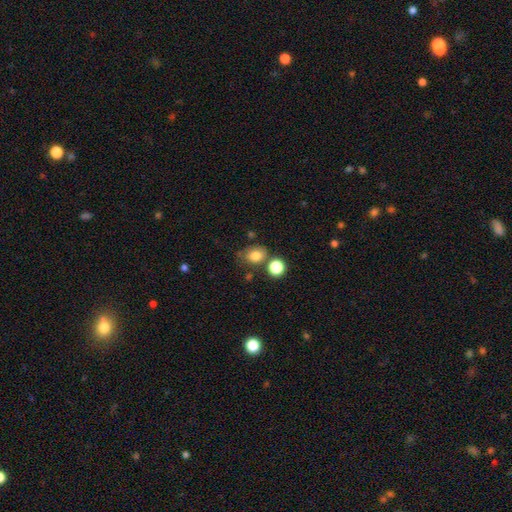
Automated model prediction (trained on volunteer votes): smooth_or_featured: smooth (p=0.79) [alt: star or artifact p=0.12]
how_rounded: in between (p=0.50) [alt: round p=0.49]
merging: none (p=0.63) [alt: minor disturbance p=0.18]